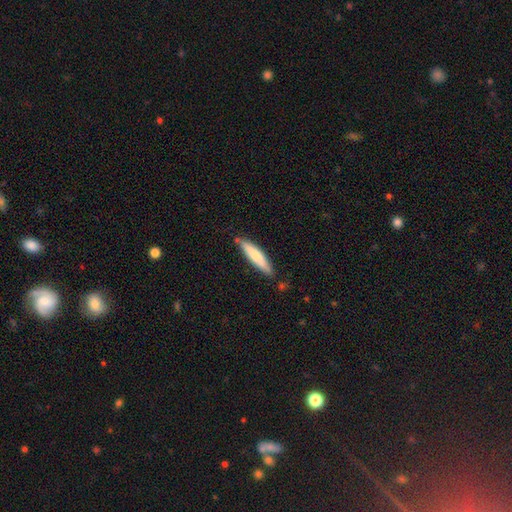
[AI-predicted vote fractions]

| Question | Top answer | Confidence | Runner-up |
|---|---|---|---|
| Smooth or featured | smooth | 71% | featured or disk (24%) |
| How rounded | cigar-shaped | 84% | in between (15%) |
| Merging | none | 80% | minor disturbance (15%) |